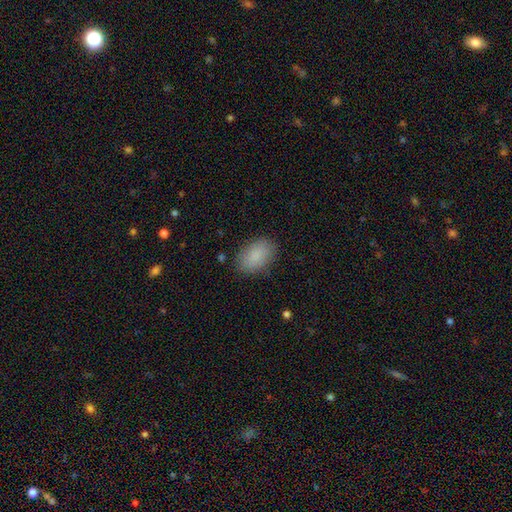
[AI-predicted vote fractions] The model was most divided on "merging": none: 85%, minor disturbance: 11%, major disturbance: 3%, merger: 1%. More confident: how rounded — in between (89%); smooth or featured — smooth (88%).